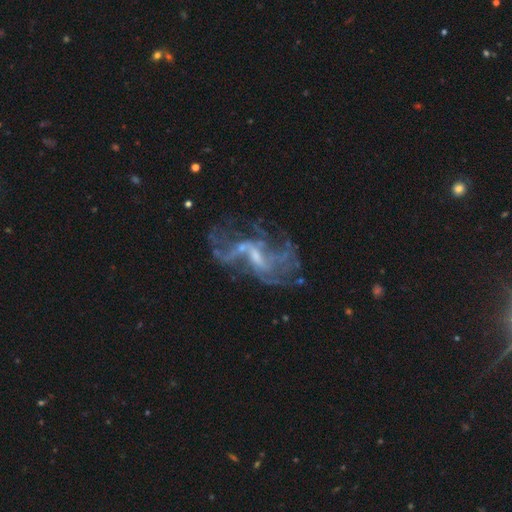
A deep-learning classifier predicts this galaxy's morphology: The model was most divided on "merging": major disturbance: 38%, none: 37%, minor disturbance: 15%, merger: 10%. Remaining: edge-on disk — no (96%); smooth or featured — featured or disk (78%); spiral arms — yes (70%); spiral winding — loose (60%); bar — weak (45%); bulge size — small (45%); spiral arm count — can't tell (37%).